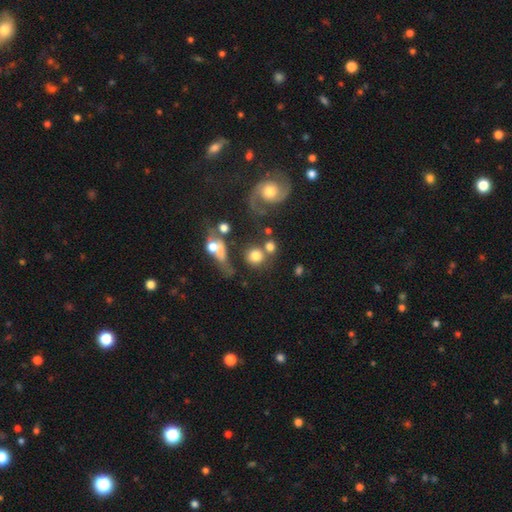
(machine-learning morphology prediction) This is likely a smooth galaxy (71%). How rounded: clearly round (86%). Merging: possibly none (50%).